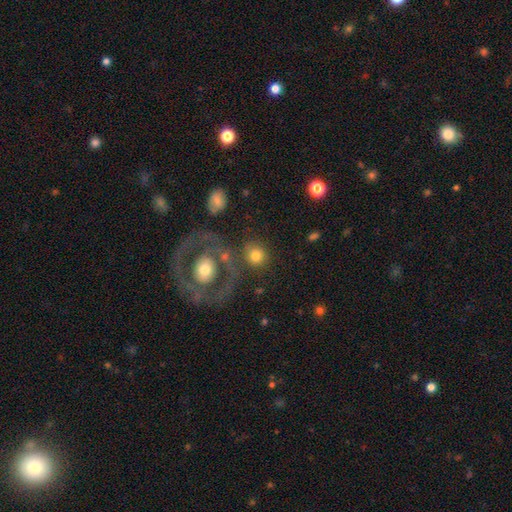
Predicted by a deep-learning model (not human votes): smooth 73%, featured or disk 18%, star or artifact 9%. Down the decision tree: how rounded — round (85%); merging — none (65%).